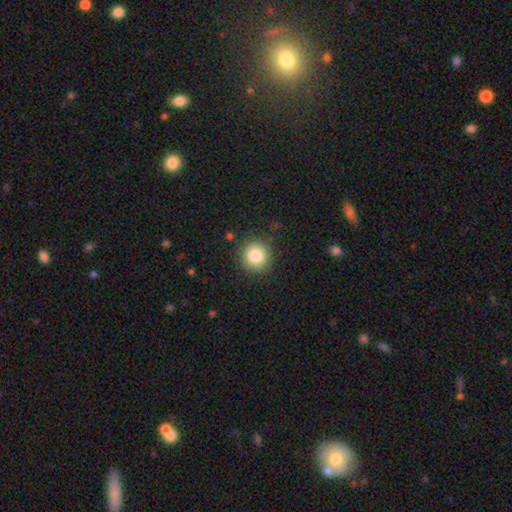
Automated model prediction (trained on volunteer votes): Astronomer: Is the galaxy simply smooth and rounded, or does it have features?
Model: smooth — 83%.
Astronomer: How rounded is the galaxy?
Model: round — 93%.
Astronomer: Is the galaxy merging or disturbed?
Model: none — 89%.